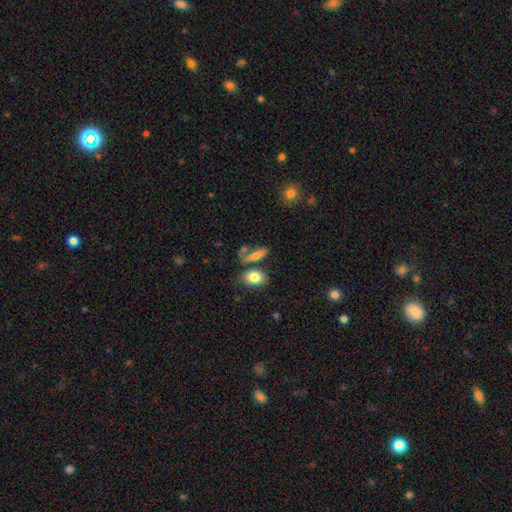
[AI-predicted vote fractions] A smooth galaxy with no disk features (69%) that is in between round and cigar-shaped (55%). Merging: none (54%).